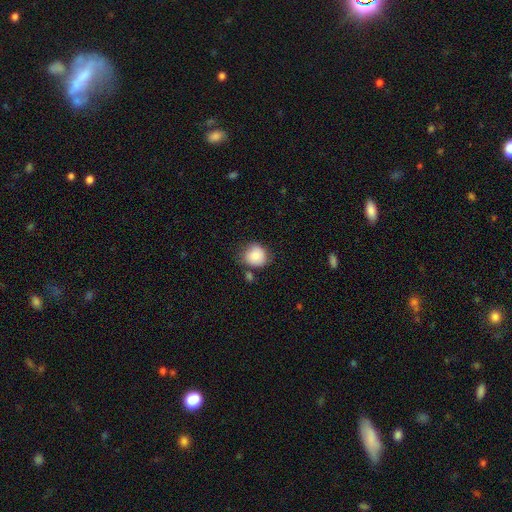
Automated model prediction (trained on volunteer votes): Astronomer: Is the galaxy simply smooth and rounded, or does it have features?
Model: smooth — 84%.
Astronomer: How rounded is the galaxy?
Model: round — 84%.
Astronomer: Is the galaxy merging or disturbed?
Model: none — 68%.